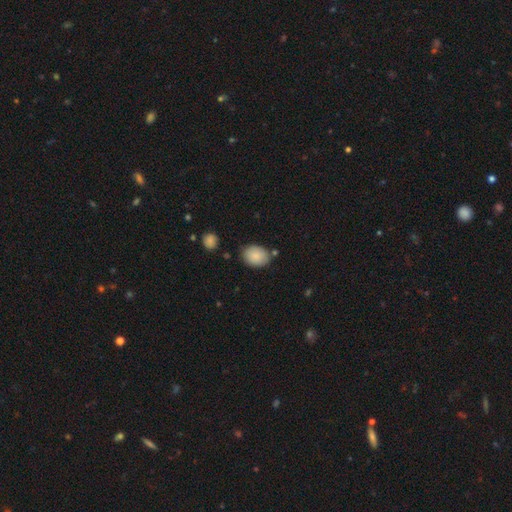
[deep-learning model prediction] smooth_or_featured: smooth (p=0.88) [alt: star or artifact p=0.07]
how_rounded: in between (p=0.71) [alt: round p=0.28]
merging: none (p=0.77) [alt: minor disturbance p=0.15]